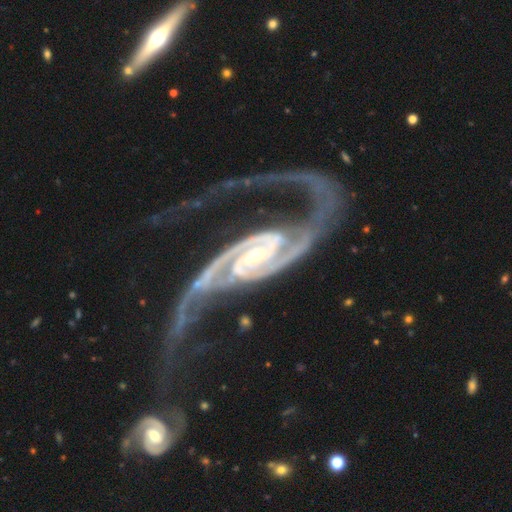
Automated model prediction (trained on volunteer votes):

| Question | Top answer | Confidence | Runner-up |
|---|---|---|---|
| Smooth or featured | featured or disk | 94% | star or artifact (4%) |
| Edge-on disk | no | 97% | yes (3%) |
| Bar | weak | 34% | strong (33%) |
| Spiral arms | yes | 98% | no (2%) |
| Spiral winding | medium | 44% | loose (34%) |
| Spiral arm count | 2 | 85% | 3 (4%) |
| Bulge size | small | 64% | moderate (31%) |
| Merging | major disturbance | 46% | none (35%) |